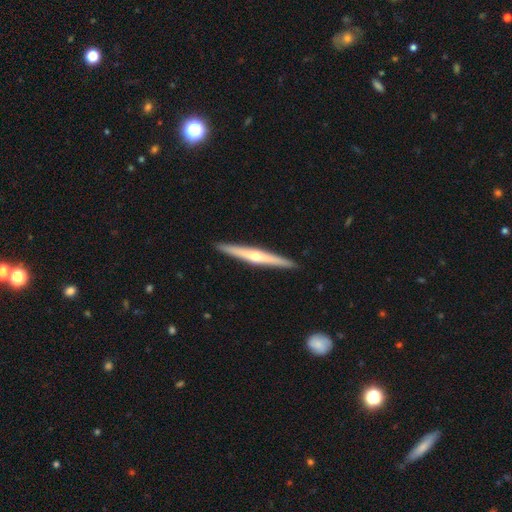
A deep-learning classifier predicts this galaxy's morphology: This is likely a featured or disk galaxy (71%). It is clearly viewed edge-on (98%). Edge-on bulge: clearly rounded (85%). Merging: clearly none (92%).